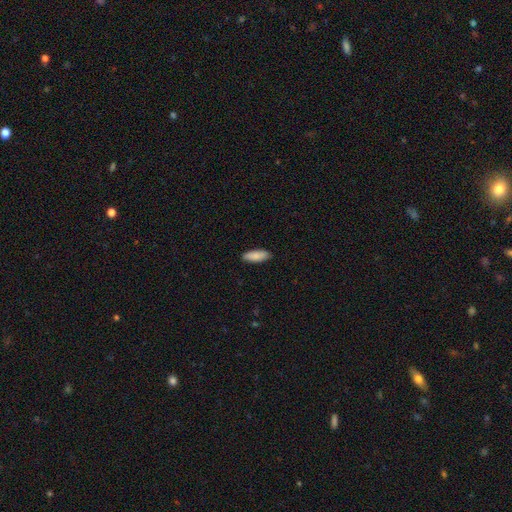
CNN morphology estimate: Smooth or featured: smooth — 88% (featured or disk — 6%)
How rounded: in between — 68% (cigar-shaped — 30%)
Merging: none — 89% (minor disturbance — 8%)